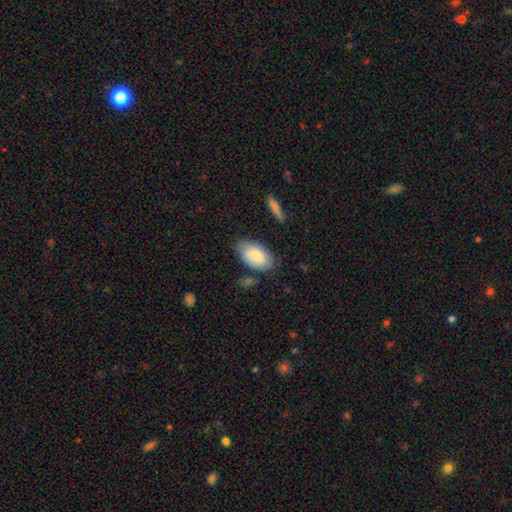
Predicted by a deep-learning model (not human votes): smooth 78%, featured or disk 16%, star or artifact 6%. Down the decision tree: how rounded — in between (94%); merging — none (69%).